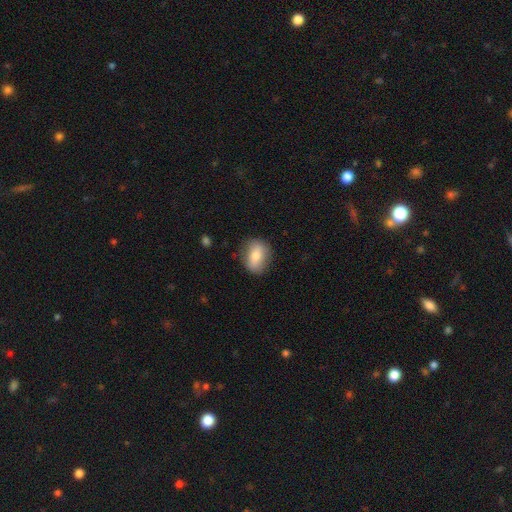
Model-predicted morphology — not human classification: Smooth or featured? smooth (72%)
How rounded? in between (63%)
Merging? none (80%)